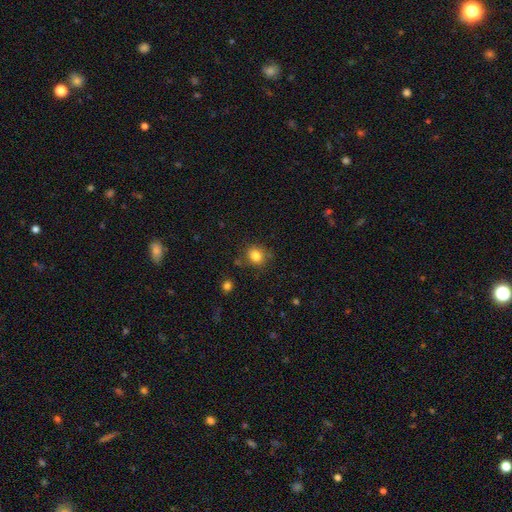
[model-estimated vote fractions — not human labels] This appears to be a smooth galaxy with no disk features (83%) that is round (70%). Merging: none (78%).